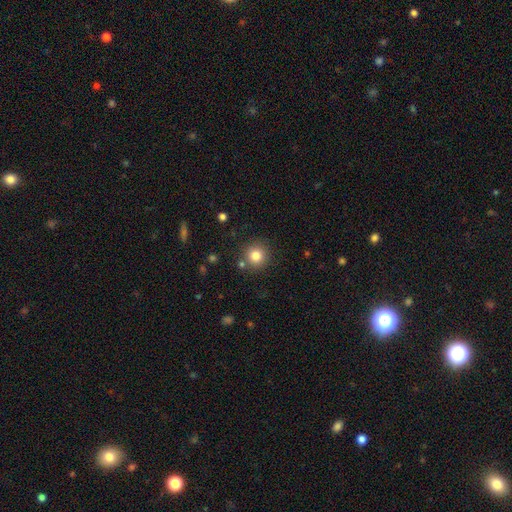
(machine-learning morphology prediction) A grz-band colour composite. It shows a smooth galaxy with no disk features (81%) that is round (94%). Merging: none (84%).